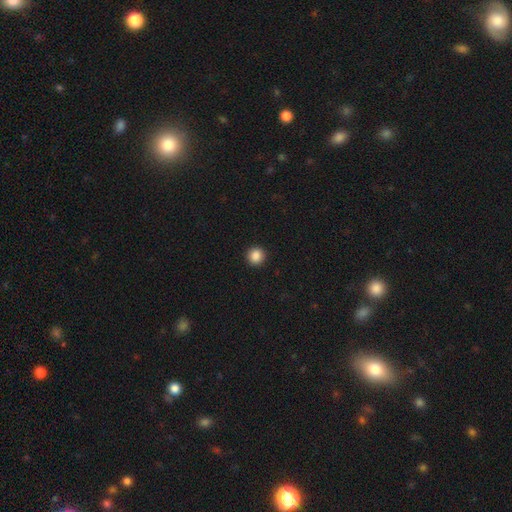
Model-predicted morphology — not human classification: Q: Smooth or featured?
A: smooth (87%); runner-up: star or artifact (10%)
Q: How rounded?
A: round (95%); runner-up: in between (5%)
Q: Merging?
A: none (93%); runner-up: minor disturbance (4%)